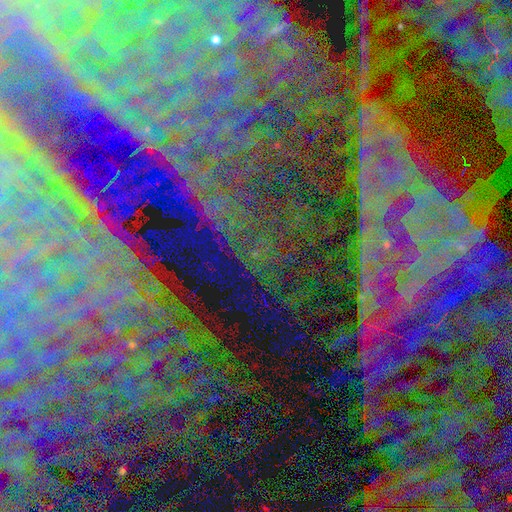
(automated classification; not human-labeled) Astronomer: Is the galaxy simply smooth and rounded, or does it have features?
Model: star or artifact — 84%.